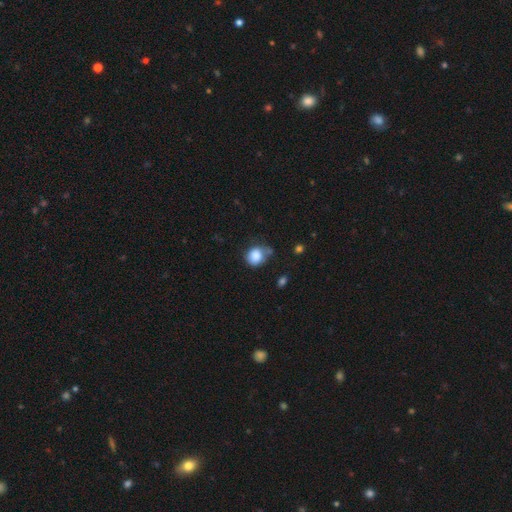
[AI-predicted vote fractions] Overall: smooth (85%). How rounded: round (78%). Merging: none (59%; minor disturbance 24%).